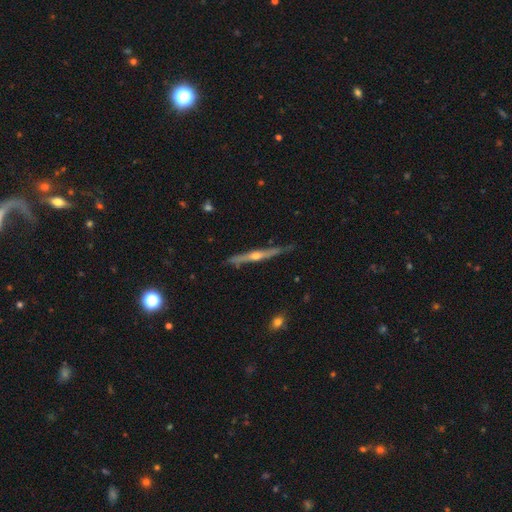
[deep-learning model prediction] Q: Smooth or featured?
A: featured or disk (79%); runner-up: smooth (15%)
Q: Edge-on disk?
A: yes (97%); runner-up: no (3%)
Q: Edge-on bulge?
A: rounded (86%); runner-up: none (10%)
Q: Merging?
A: none (80%); runner-up: minor disturbance (16%)